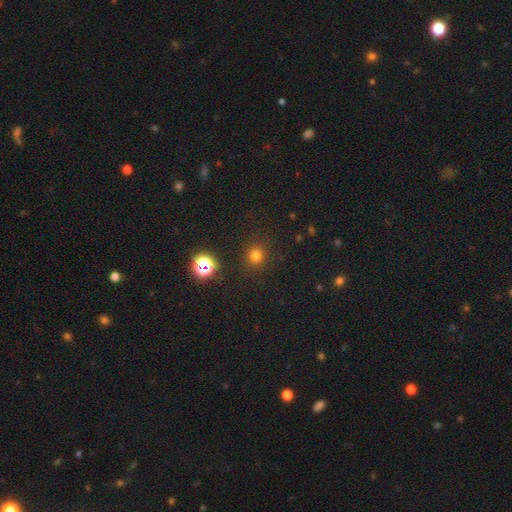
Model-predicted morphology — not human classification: Smooth or featured: smooth — 75% (star or artifact — 20%)
How rounded: round — 88% (in between — 11%)
Merging: none — 89% (minor disturbance — 7%)